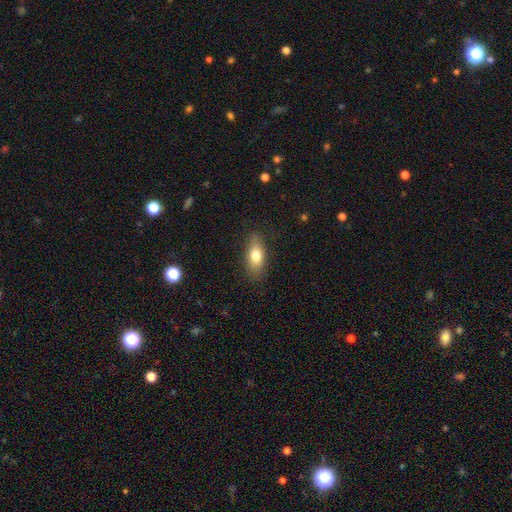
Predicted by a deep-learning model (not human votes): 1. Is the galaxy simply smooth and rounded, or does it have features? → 75% smooth, 17% featured or disk, 8% star or artifact.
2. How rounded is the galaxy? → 80% in between, 14% cigar-shaped, 6% round.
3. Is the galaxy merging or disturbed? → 81% none, 14% minor disturbance, 3% major disturbance, 1% merger.